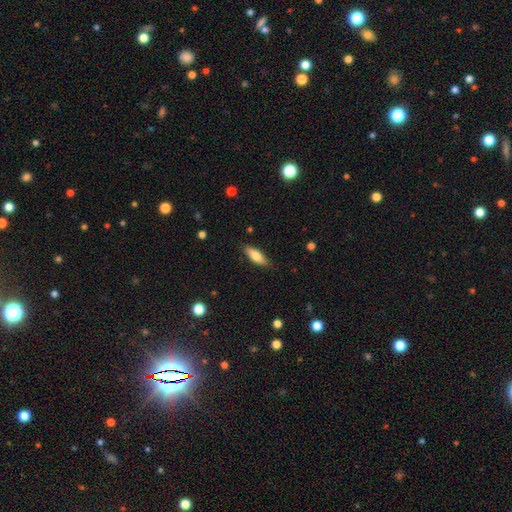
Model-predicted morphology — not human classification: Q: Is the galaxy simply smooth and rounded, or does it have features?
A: smooth — 75%.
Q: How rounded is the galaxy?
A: in between — 64%.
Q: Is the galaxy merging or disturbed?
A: none — 84%.